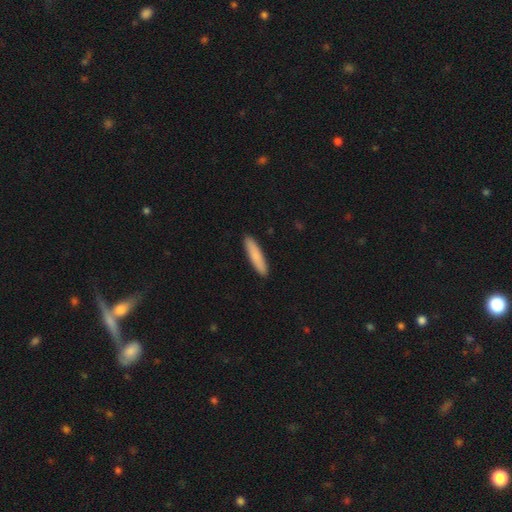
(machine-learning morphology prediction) Q: Smooth or featured?
A: smooth (85%); runner-up: featured or disk (10%)
Q: How rounded?
A: cigar-shaped (86%); runner-up: in between (13%)
Q: Merging?
A: none (91%); runner-up: minor disturbance (6%)